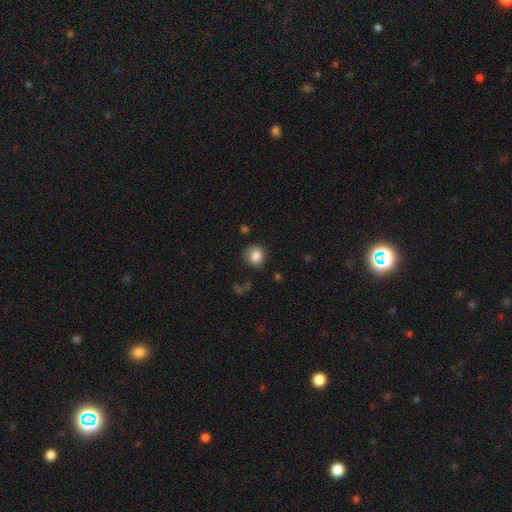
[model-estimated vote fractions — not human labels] The model was most divided on "how rounded": round: 76%, in between: 23%, cigar-shaped: 1%. More confident: smooth or featured — smooth (85%); merging — none (73%).